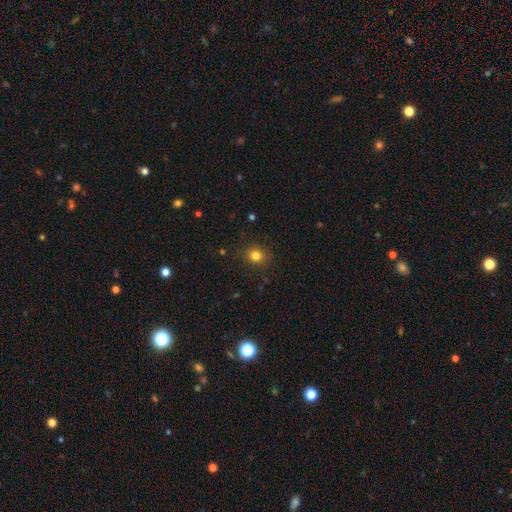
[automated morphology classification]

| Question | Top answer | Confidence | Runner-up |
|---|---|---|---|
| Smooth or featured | smooth | 81% | star or artifact (13%) |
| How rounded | round | 69% | in between (30%) |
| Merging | none | 86% | minor disturbance (10%) |